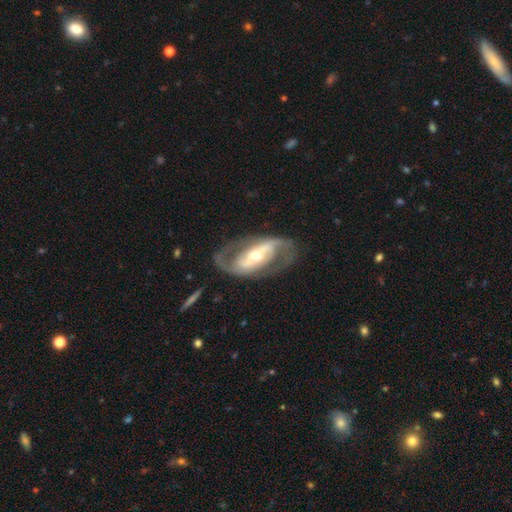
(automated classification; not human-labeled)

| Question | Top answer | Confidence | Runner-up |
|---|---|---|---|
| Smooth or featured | featured or disk | 87% | smooth (9%) |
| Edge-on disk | no | 94% | yes (6%) |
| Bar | strong | 56% | weak (28%) |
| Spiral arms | yes | 89% | no (11%) |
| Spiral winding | medium | 50% | loose (27%) |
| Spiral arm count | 2 | 90% | can't tell (5%) |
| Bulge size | moderate | 61% | small (29%) |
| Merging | none | 76% | minor disturbance (13%) |